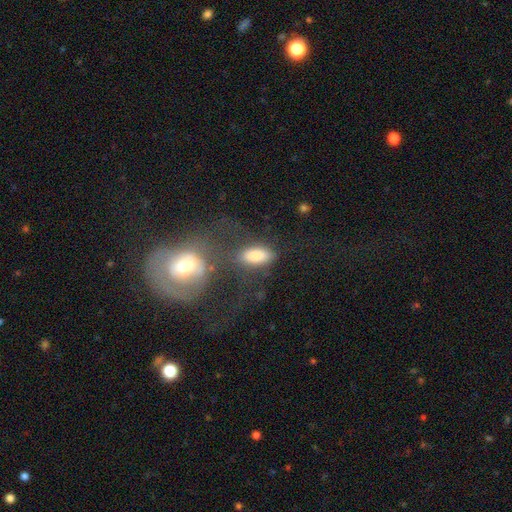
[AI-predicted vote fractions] Smooth or featured?
  - smooth: 83% *
  - featured or disk: 9%
  - star or artifact: 7%
How rounded?
  - in between: 86% *
  - cigar-shaped: 10%
  - round: 4%
Merging?
  - none: 57% *
  - minor disturbance: 17%
  - merger: 14%
  - major disturbance: 12%